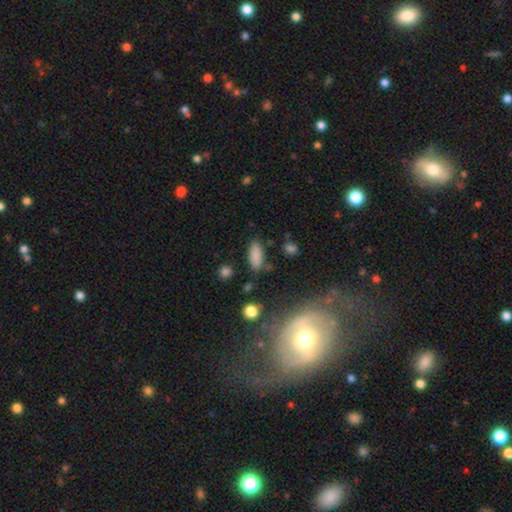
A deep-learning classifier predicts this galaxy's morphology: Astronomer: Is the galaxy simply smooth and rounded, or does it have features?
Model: smooth — 84%.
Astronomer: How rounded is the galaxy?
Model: in between — 76%.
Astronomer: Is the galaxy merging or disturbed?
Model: none — 77%.